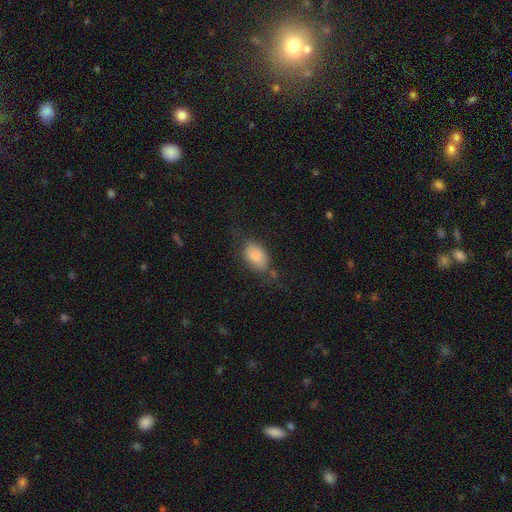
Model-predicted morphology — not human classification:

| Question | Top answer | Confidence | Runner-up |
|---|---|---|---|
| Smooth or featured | smooth | 83% | featured or disk (9%) |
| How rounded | in between | 90% | round (8%) |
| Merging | none | 54% | minor disturbance (28%) |